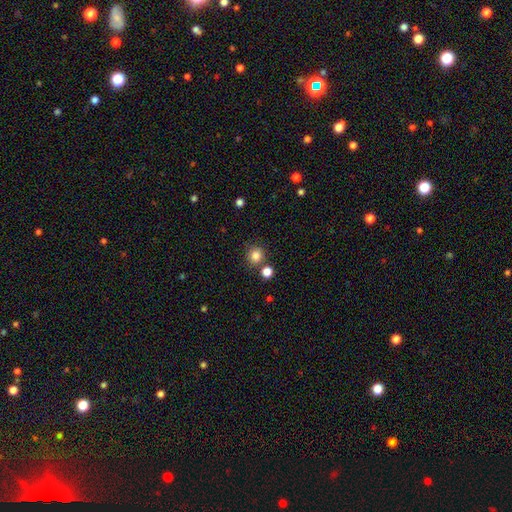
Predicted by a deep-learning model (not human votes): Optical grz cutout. It shows a smooth galaxy with no disk features (83%) that is round (88%). Merging: none (77%).